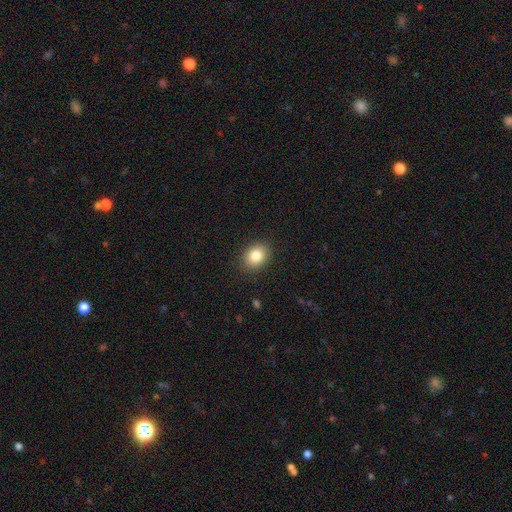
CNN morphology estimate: A smooth galaxy with no disk features (84%) that is in between round and cigar-shaped (57%). Merging: none (89%).